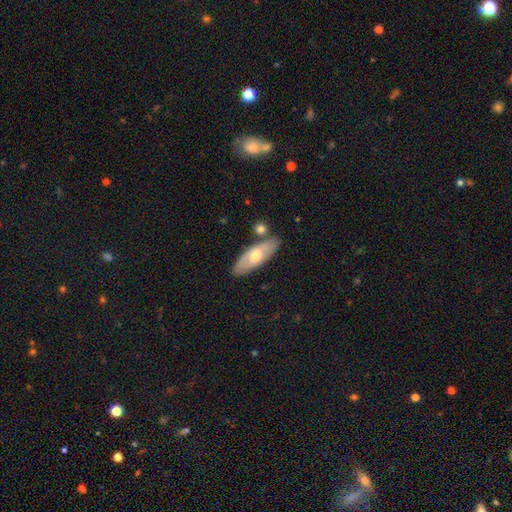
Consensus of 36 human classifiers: Q: Smooth or featured?
A: smooth (58%); runner-up: featured or disk (36%)
Q: How rounded?
A: in between (81%); runner-up: cigar-shaped (19%)
Q: Merging?
A: none (71%); runner-up: merger (15%)